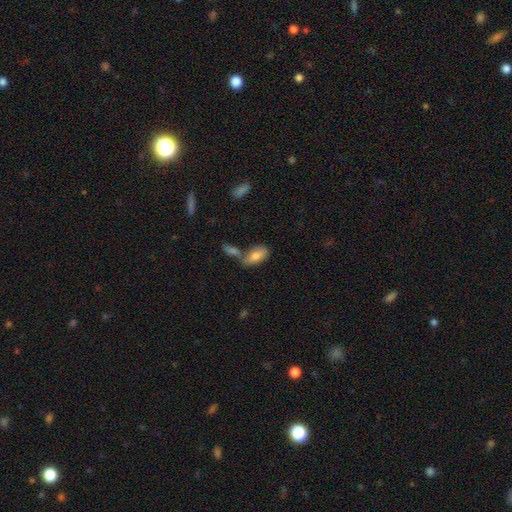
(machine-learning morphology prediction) Q: Smooth or featured?
A: smooth (80%); runner-up: featured or disk (13%)
Q: How rounded?
A: in between (90%); runner-up: cigar-shaped (6%)
Q: Merging?
A: none (46%); runner-up: merger (34%)